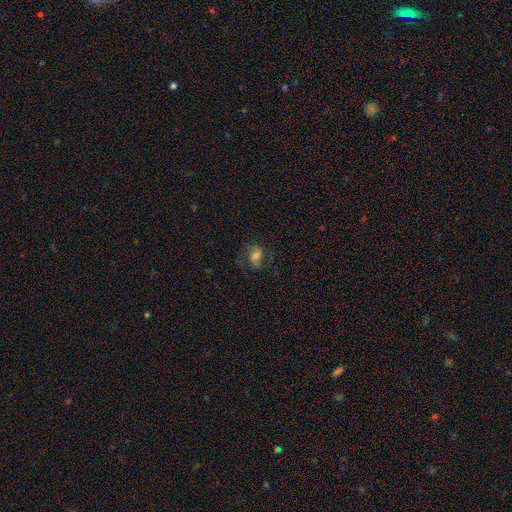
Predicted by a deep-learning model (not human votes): Q: Smooth or featured?
A: smooth (49%); runner-up: featured or disk (39%)
Q: Merging?
A: none (66%); runner-up: minor disturbance (19%)